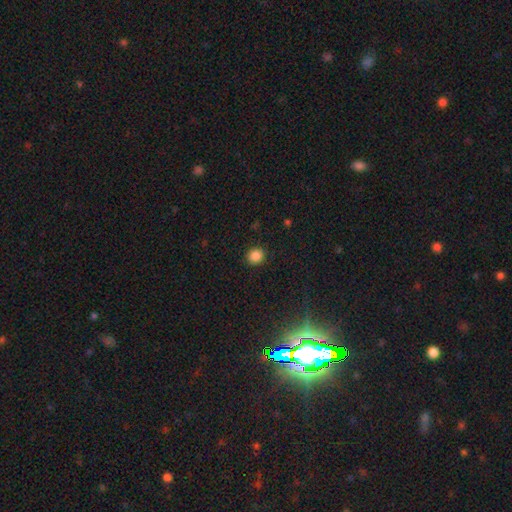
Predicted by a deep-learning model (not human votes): A smooth galaxy with no disk features (86%) that is round (83%).

Vote fractions:
- Smooth or featured? smooth: 86% / star or artifact: 11% / featured or disk: 3%
- How rounded? round: 83% / in between: 16% / cigar-shaped: 1%
- Merging? none: 91% / minor disturbance: 6% / major disturbance: 2% / merger: 1%